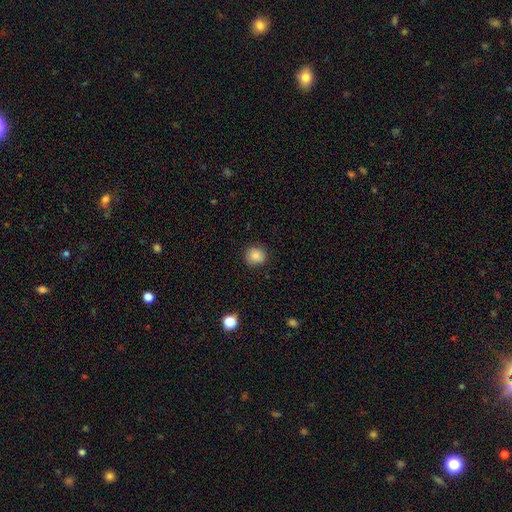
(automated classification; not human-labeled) The model was most divided on "how rounded": round: 85%, in between: 14%, cigar-shaped: 1%. More confident: merging — none (88%); smooth or featured — smooth (85%).